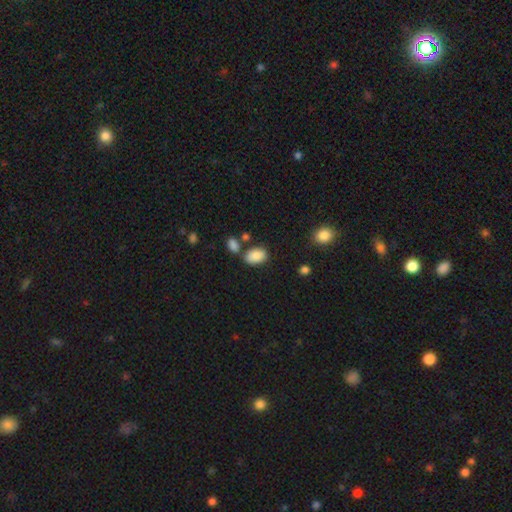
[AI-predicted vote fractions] Smooth or featured: smooth — 87% (star or artifact — 8%)
How rounded: in between — 89% (round — 10%)
Merging: none — 65% (merger — 15%)